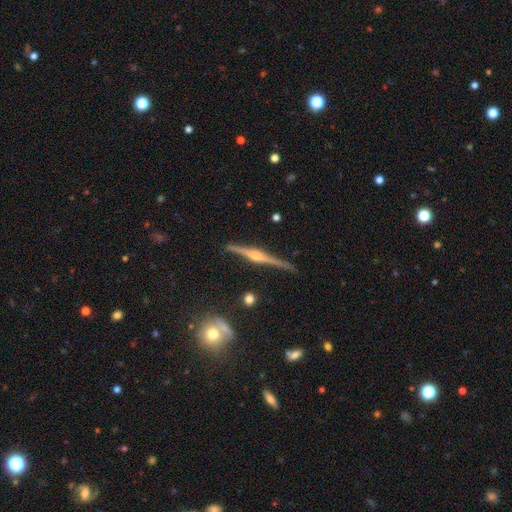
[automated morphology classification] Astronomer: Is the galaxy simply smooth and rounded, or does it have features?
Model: featured or disk — 87%.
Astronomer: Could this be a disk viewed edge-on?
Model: yes — 98%.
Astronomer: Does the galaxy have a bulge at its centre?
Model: rounded — 89%.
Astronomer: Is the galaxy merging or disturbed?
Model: none — 86%.